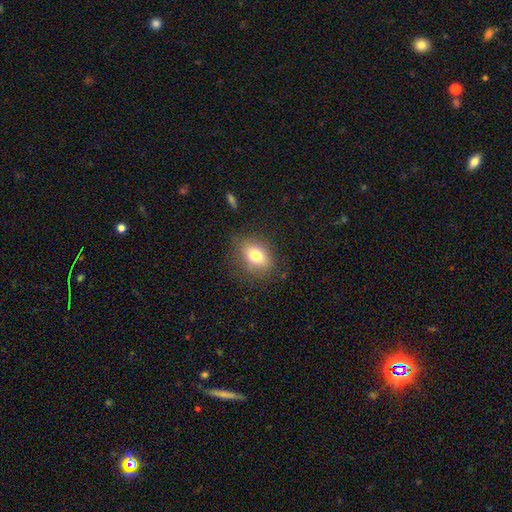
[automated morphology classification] A smooth galaxy with no disk features (76%) that is in between round and cigar-shaped (72%).

Vote fractions:
- Smooth or featured? smooth: 76% / featured or disk: 14% / star or artifact: 10%
- How rounded? in between: 72% / round: 26% / cigar-shaped: 2%
- Merging? none: 80% / minor disturbance: 14% / major disturbance: 5% / merger: 1%